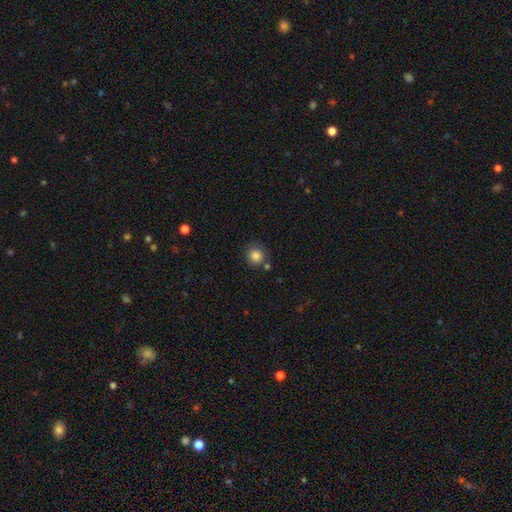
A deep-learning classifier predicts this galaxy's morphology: This is clearly a smooth galaxy (85%). How rounded: clearly round (88%). Merging: likely none (77%).